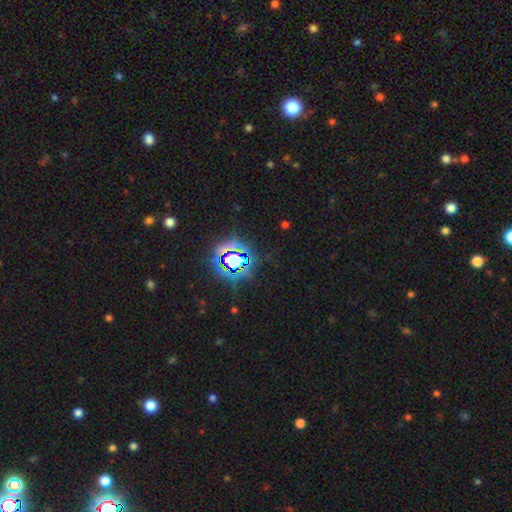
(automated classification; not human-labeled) A star or artifact, not a galaxy (80%).

Vote fractions:
- Smooth or featured? star or artifact: 80% / smooth: 12% / featured or disk: 7%